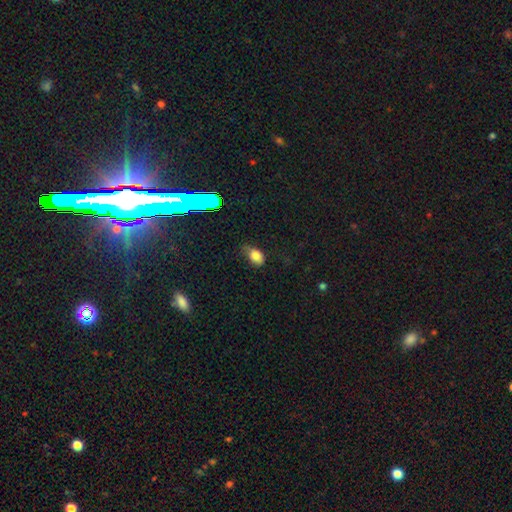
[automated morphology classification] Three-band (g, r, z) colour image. It shows a smooth galaxy with no disk features (80%) that is in between round and cigar-shaped (80%). Merging: none (49%).